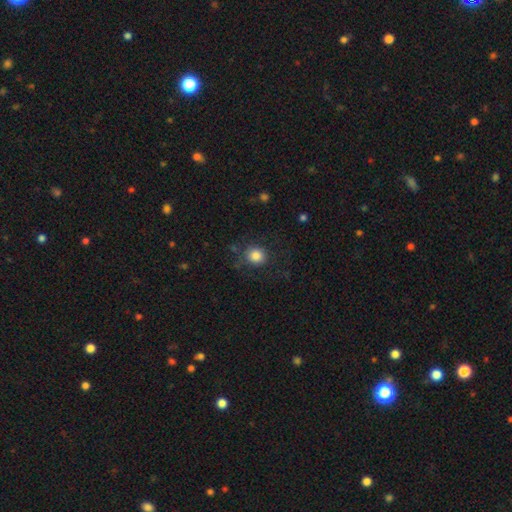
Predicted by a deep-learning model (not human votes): Smooth or featured: smooth — 84% (star or artifact — 10%)
How rounded: round — 85% (in between — 14%)
Merging: none — 80% (minor disturbance — 12%)